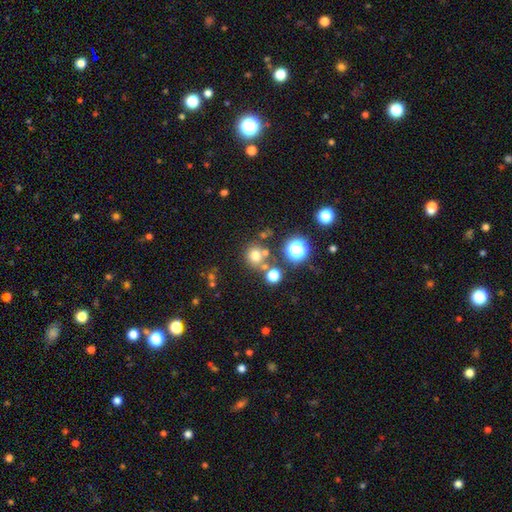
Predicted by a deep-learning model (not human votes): The model was most divided on "smooth or featured": smooth: 68%, star or artifact: 22%, featured or disk: 10%. More confident: how rounded — round (88%); merging — none (67%).